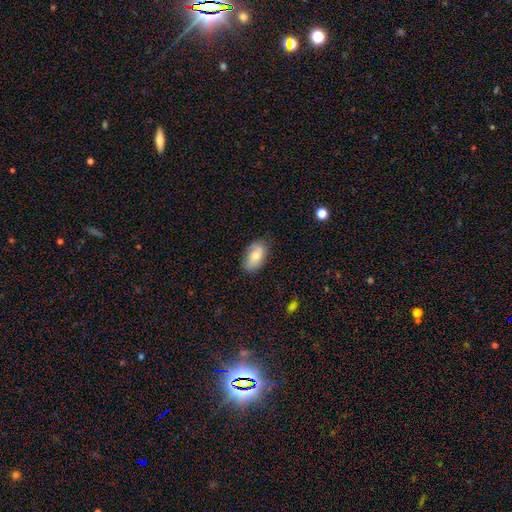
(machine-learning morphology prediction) This is likely a smooth galaxy (66%). How rounded: clearly in between (92%). Merging: likely none (74%).